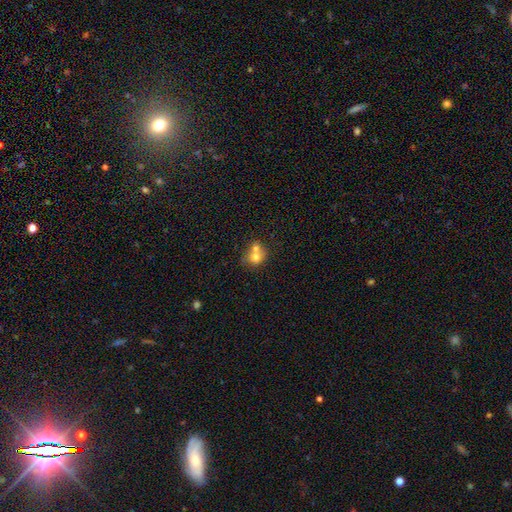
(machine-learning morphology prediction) Overall: smooth (70%). How rounded: round (71%). Merging: merger (60%; none 30%).